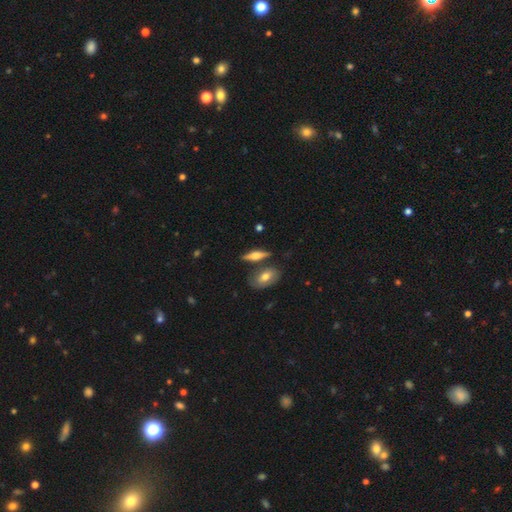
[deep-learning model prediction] Smooth or featured? featured or disk (54%)
Edge-on disk? yes (93%)
Edge-on bulge? rounded (89%)
Merging? none (72%)